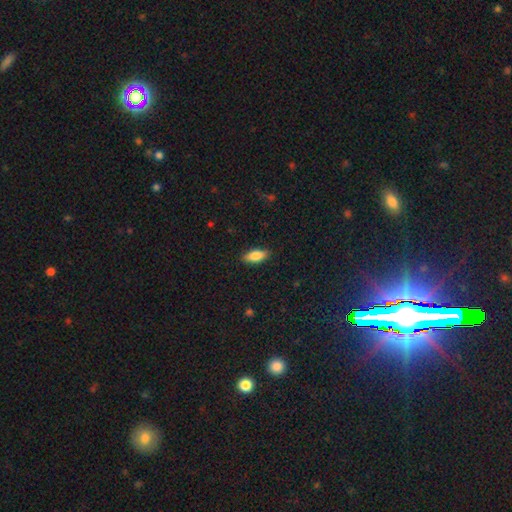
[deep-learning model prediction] smooth 82%, featured or disk 11%, star or artifact 7%. Down the decision tree: how rounded — in between (80%); merging — none (87%).